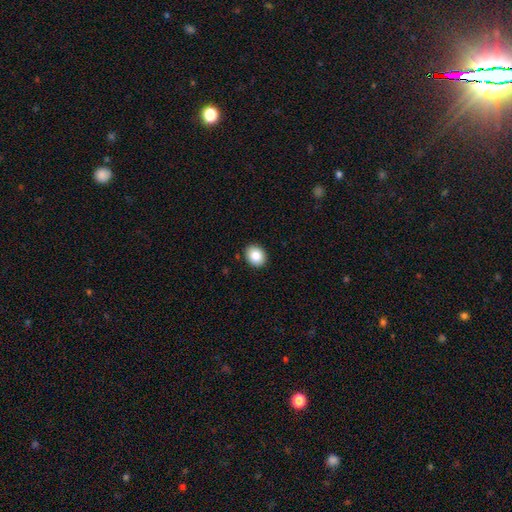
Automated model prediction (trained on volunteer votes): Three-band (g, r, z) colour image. It shows a smooth galaxy with no disk features (86%) that is round (55%). Merging: none (91%).